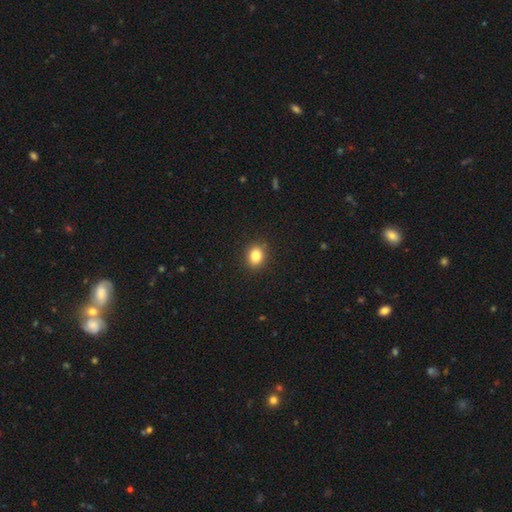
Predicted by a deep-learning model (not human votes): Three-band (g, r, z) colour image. It shows a smooth galaxy with no disk features (83%) that is round (56%). Merging: none (89%).